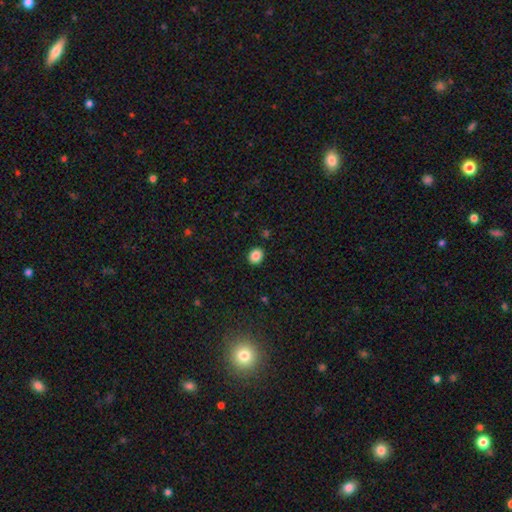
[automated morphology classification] type=smooth (86%); roundness=round (63%); merging=none (90%).